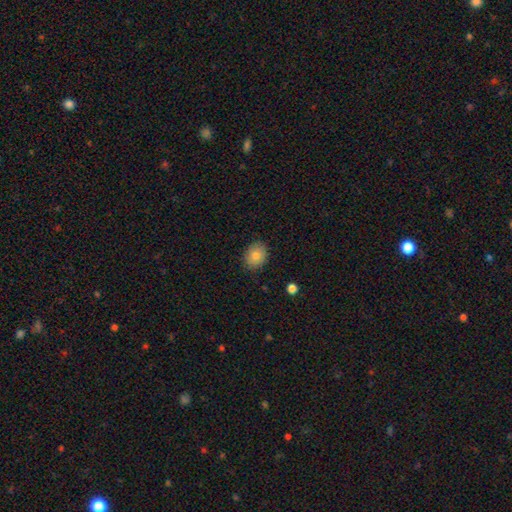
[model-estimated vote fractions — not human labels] A smooth galaxy with no disk features (82%) that is in between round and cigar-shaped (54%).

Vote fractions:
- Smooth or featured? smooth: 82% / featured or disk: 10% / star or artifact: 9%
- How rounded? in between: 54% / round: 45% / cigar-shaped: 1%
- Merging? none: 88% / minor disturbance: 9% / major disturbance: 2% / merger: 1%